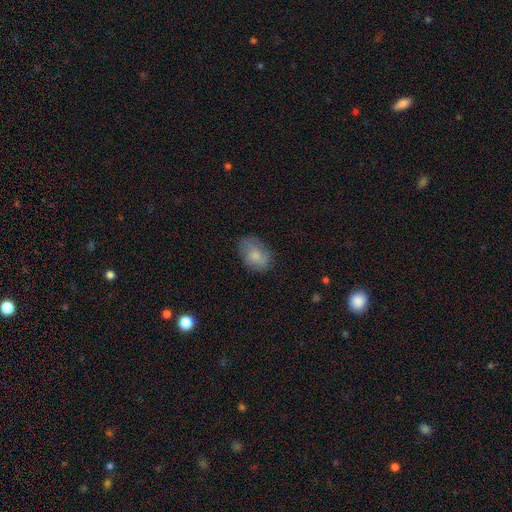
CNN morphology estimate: Q: Smooth or featured?
A: smooth (70%); runner-up: featured or disk (22%)
Q: How rounded?
A: in between (81%); runner-up: round (17%)
Q: Merging?
A: none (69%); runner-up: minor disturbance (23%)